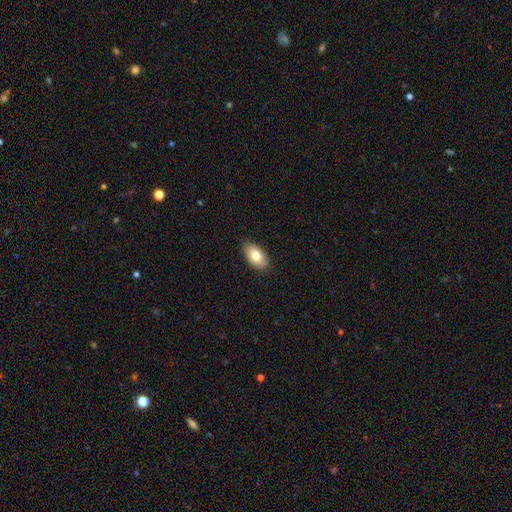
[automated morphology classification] This is likely a smooth galaxy (79%). How rounded: clearly in between (94%). Merging: clearly none (88%).